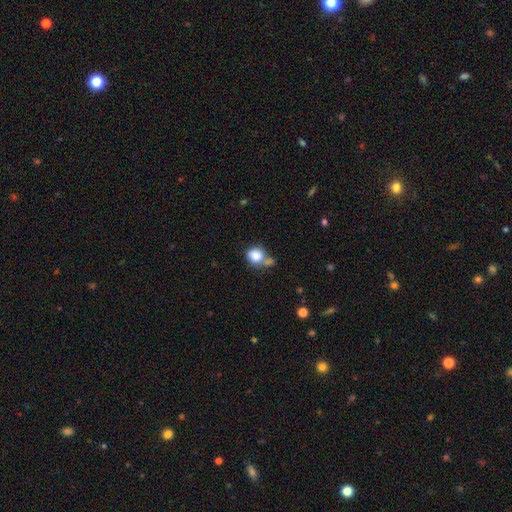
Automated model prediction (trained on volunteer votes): smooth-or-featured: smooth: 83% | star or artifact: 9% | featured or disk: 7%
  how-rounded: round: 75% | in between: 24% | cigar-shaped: 1%
  merging: none: 46% | merger: 31% | minor disturbance: 16% | major disturbance: 7%